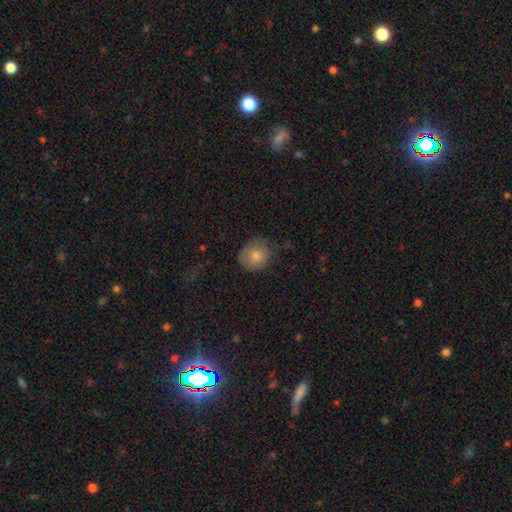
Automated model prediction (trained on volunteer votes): smooth-or-featured: smooth: 79% | featured or disk: 13% | star or artifact: 8%
  how-rounded: round: 78% | in between: 21% | cigar-shaped: 1%
  merging: none: 65% | minor disturbance: 27% | major disturbance: 7% | merger: 1%